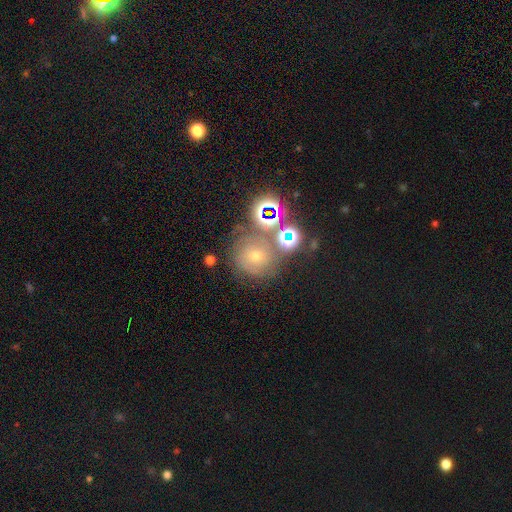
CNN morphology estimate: Smooth or featured: star or artifact — 41% (featured or disk — 32%)